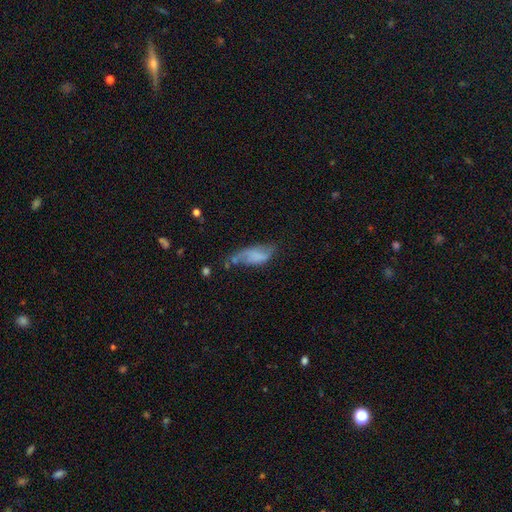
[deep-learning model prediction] Overall: smooth (53%; featured or disk 38%). How rounded: in between (81%). Merging: minor disturbance (33%; none 32%).